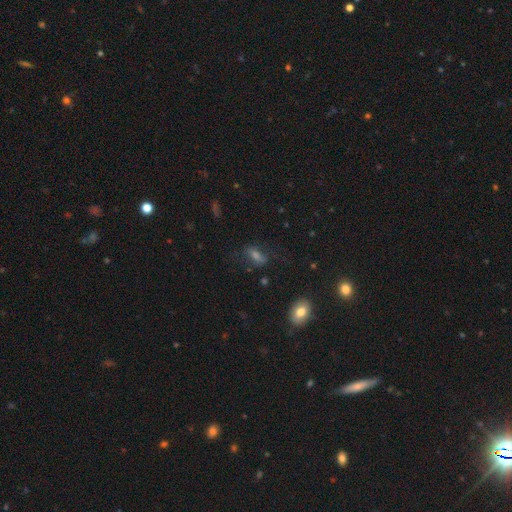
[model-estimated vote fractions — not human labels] A smooth galaxy with no disk features (50%) that is in between round and cigar-shaped (73%). Merging: none (63%).